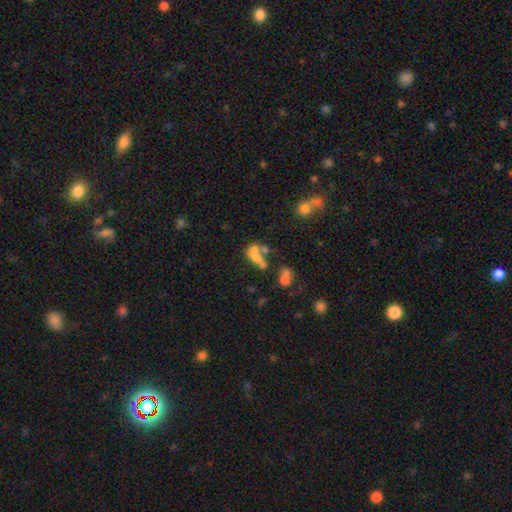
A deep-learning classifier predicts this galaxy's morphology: Smooth or featured: smooth — 52% (featured or disk — 32%)
How rounded: in between — 69% (round — 19%)
Merging: merger — 55% (none — 22%)